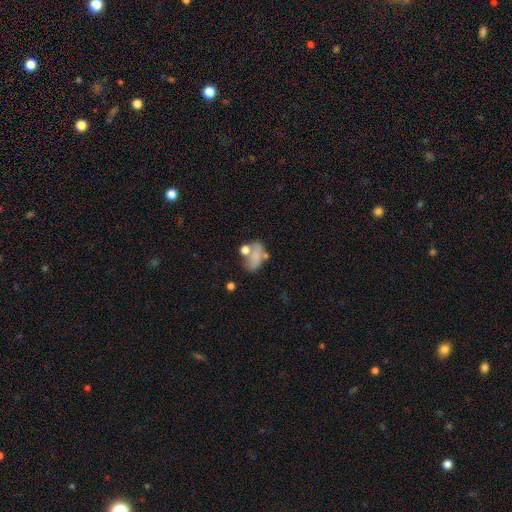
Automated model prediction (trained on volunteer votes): Smooth or featured?
  - smooth: 66% *
  - featured or disk: 22%
  - star or artifact: 12%
How rounded?
  - in between: 84% *
  - round: 13%
  - cigar-shaped: 2%
Merging?
  - none: 36% *
  - merger: 26%
  - minor disturbance: 21%
  - major disturbance: 17%